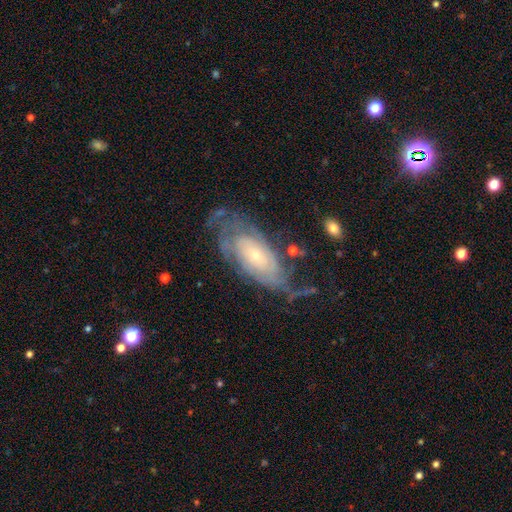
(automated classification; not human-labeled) A featured or disk galaxy (77%) with no bar (74%), tight (64%) spiral arms (88%) and a small central bulge (73%). Merging: none (54%).